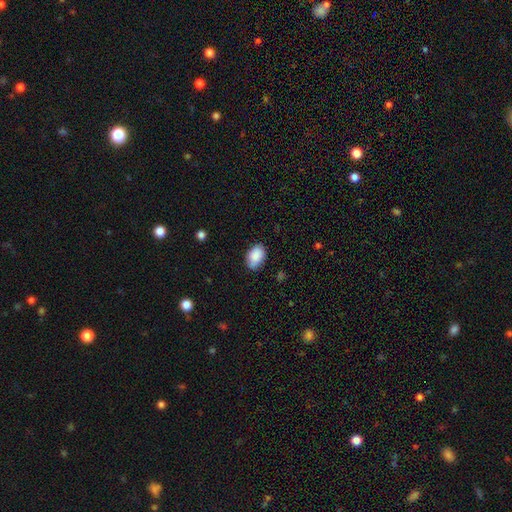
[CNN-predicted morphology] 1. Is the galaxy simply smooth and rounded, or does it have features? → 88% smooth, 7% star or artifact, 5% featured or disk.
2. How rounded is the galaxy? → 89% in between, 10% round, 1% cigar-shaped.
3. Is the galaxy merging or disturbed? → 79% none, 17% minor disturbance, 3% major disturbance, 1% merger.